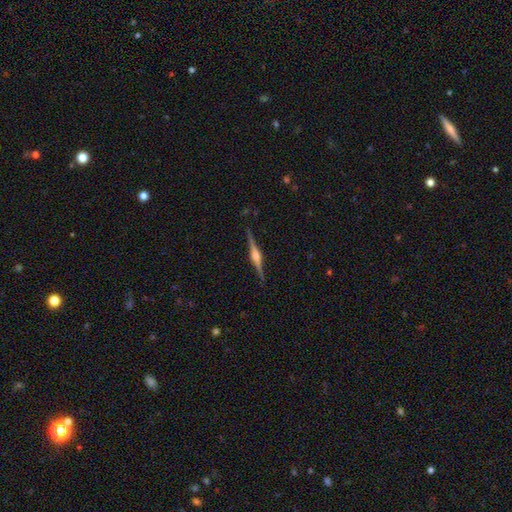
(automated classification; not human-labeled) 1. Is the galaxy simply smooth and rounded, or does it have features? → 85% featured or disk, 10% smooth, 5% star or artifact.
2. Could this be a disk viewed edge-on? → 98% yes, 2% no.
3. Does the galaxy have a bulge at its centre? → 89% rounded, 8% boxy, 3% none.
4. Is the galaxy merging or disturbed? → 90% none, 7% minor disturbance, 2% major disturbance, 1% merger.